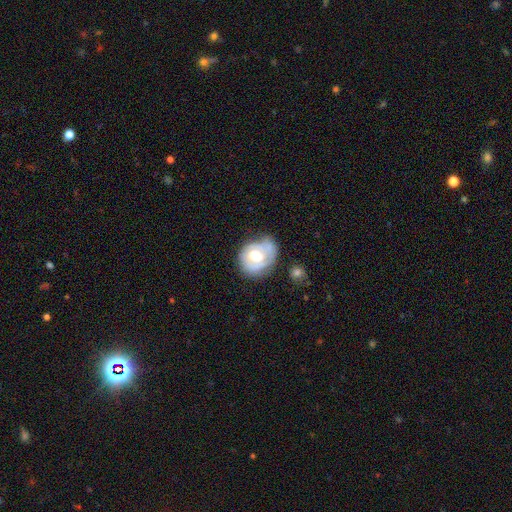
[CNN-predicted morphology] Overall: featured or disk (57%; smooth 37%). Edge-on disk: no (96%). Bar: no (62%; weak 31%). Spiral arms: yes (52%; no 48%). Bulge size: moderate (70%). Merging: none (45%; minor disturbance 33%).